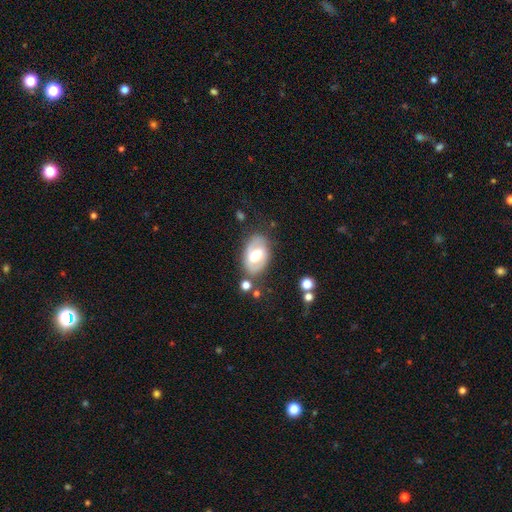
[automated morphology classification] smooth_or_featured: featured or disk (p=0.57) [alt: smooth p=0.36]
disk_edge_on: no (p=0.93) [alt: yes p=0.07]
bar: weak (p=0.42) [alt: no p=0.34]
has_spiral_arms: no (p=0.54) [alt: yes p=0.46]
bulge_size: moderate (p=0.60) [alt: large p=0.29]
merging: none (p=0.72) [alt: minor disturbance p=0.18]